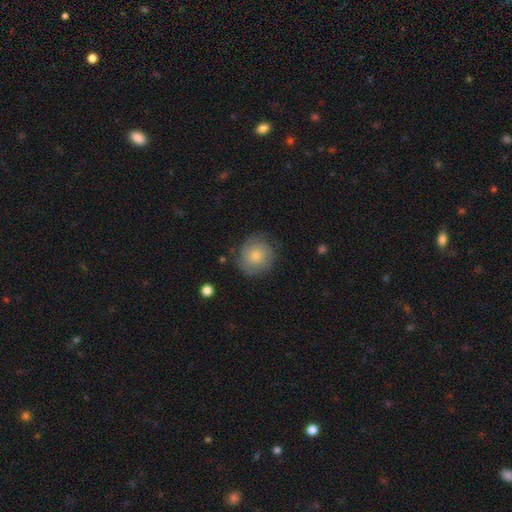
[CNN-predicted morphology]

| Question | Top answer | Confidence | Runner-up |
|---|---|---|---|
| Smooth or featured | smooth | 59% | featured or disk (34%) |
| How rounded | round | 89% | in between (10%) |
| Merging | none | 76% | minor disturbance (17%) |